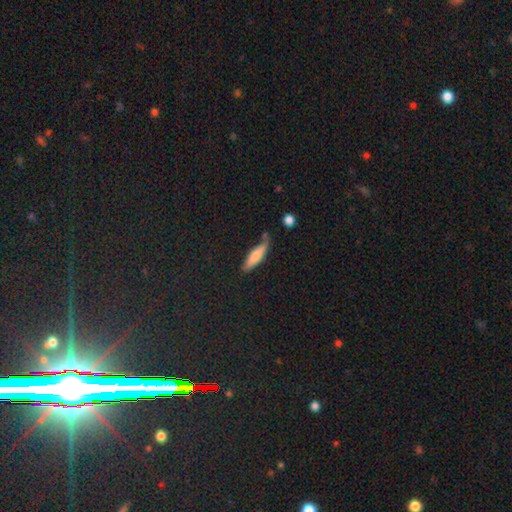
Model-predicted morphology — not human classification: smooth_or_featured: smooth (p=0.72) [alt: featured or disk p=0.21]
how_rounded: cigar-shaped (p=0.69) [alt: in between p=0.29]
merging: none (p=0.66) [alt: minor disturbance p=0.22]